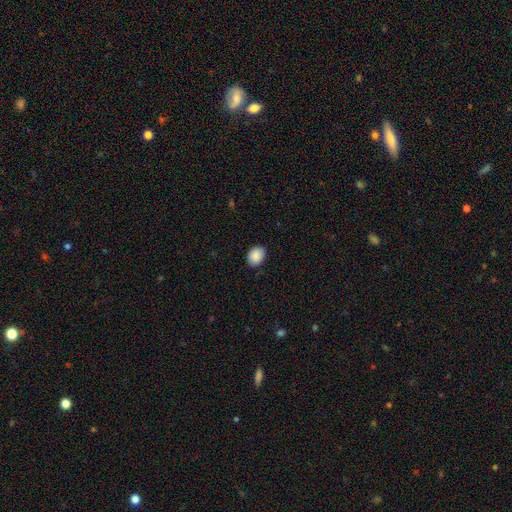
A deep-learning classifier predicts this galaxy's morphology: This appears to be a smooth galaxy with no disk features (89%) that is in between round and cigar-shaped (66%). Merging: none (85%).